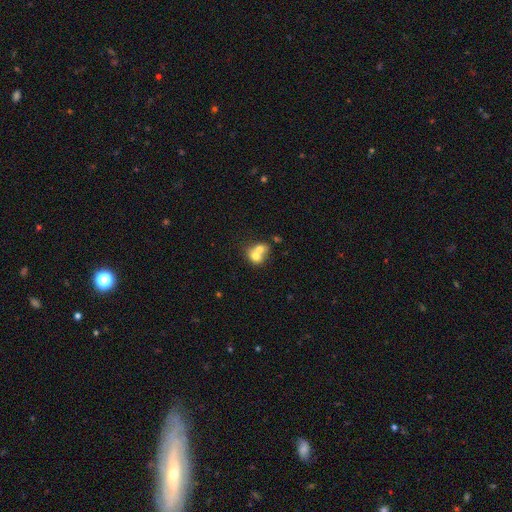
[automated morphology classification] smooth-or-featured: smooth: 66% | featured or disk: 24% | star or artifact: 9%
  how-rounded: round: 58% | in between: 41% | cigar-shaped: 1%
  merging: merger: 73% | none: 19% | minor disturbance: 5% | major disturbance: 3%